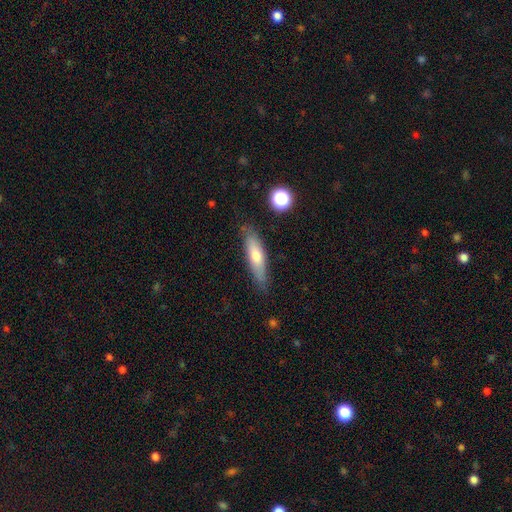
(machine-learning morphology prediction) Smooth or featured? Predicted: smooth (p=0.57). How rounded? Predicted: cigar-shaped (p=0.71). Merging? Predicted: none (p=0.82).